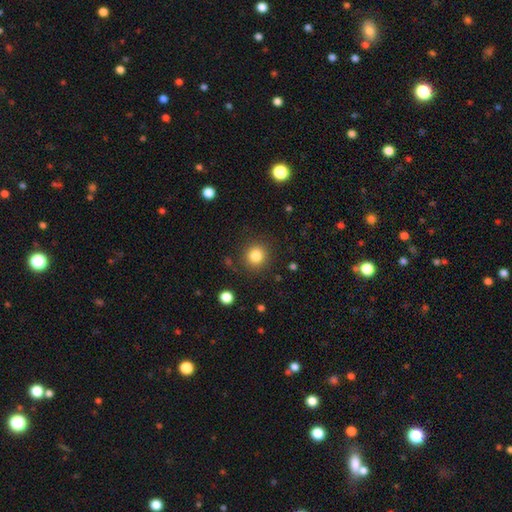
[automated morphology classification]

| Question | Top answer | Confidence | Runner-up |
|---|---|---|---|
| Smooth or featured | smooth | 83% | star or artifact (11%) |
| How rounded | round | 91% | in between (8%) |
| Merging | none | 87% | minor disturbance (8%) |